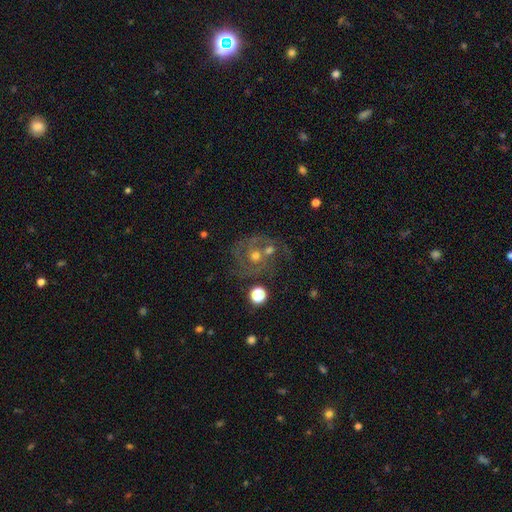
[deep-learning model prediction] Smooth or featured: featured or disk — 76% (smooth — 13%)
Edge-on disk: no — 98% (yes — 2%)
Bar: no — 75% (weak — 20%)
Spiral arms: yes — 86% (no — 14%)
Spiral winding: tight — 50% (medium — 39%)
Spiral arm count: 2 — 43% (can't tell — 22%)
Bulge size: moderate — 66% (small — 26%)
Merging: none — 53% (merger — 20%)